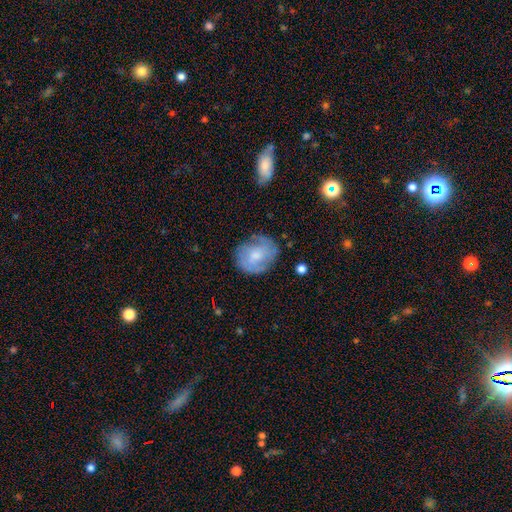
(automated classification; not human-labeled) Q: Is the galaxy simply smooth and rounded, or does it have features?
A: smooth — 48%.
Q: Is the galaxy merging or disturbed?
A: none — 69%.